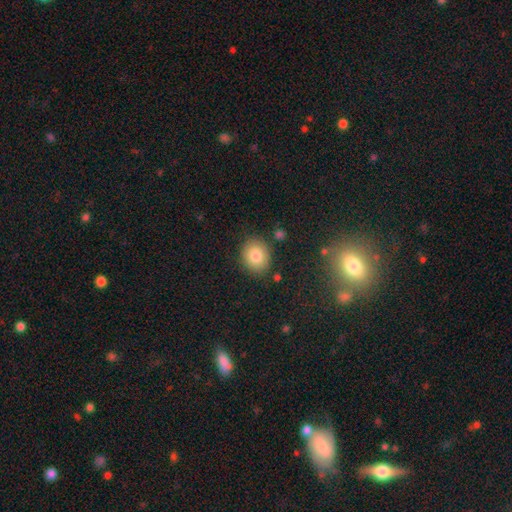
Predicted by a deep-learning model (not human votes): The model was most divided on "how rounded": round: 59%, in between: 40%, cigar-shaped: 1%. More confident: smooth or featured — smooth (83%); merging — none (83%).